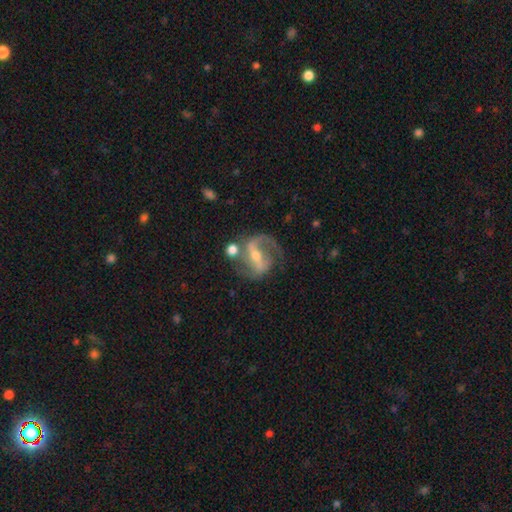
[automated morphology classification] A featured or disk galaxy (86%) with a strong bar (62%), 2 (81%) medium (51%) spiral arms (93%) and a small central bulge (49%). Merging: none (62%).